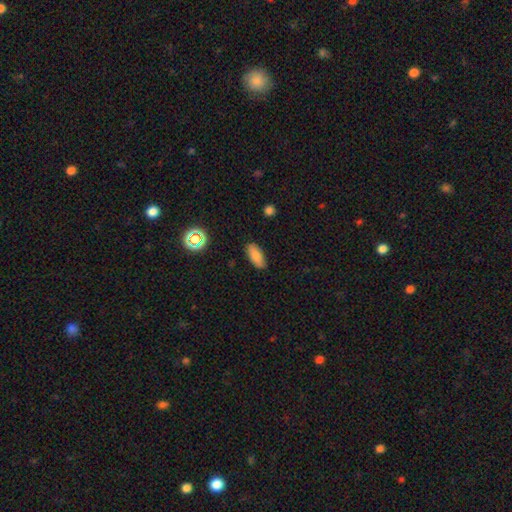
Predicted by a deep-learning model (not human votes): smooth-or-featured: smooth: 81% | featured or disk: 9% | star or artifact: 9%
  how-rounded: in between: 84% | cigar-shaped: 13% | round: 3%
  merging: none: 85% | minor disturbance: 12% | major disturbance: 2% | merger: 1%